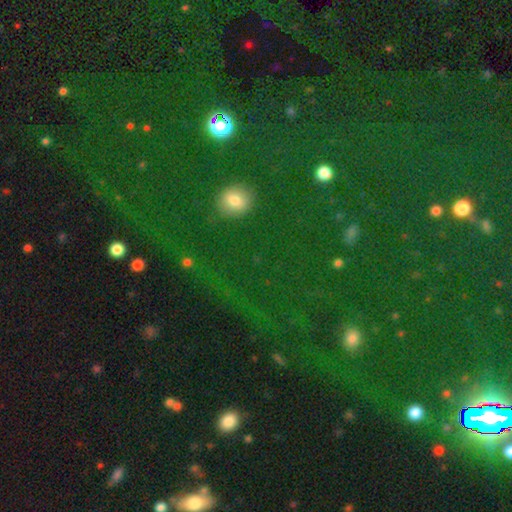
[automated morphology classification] Smooth or featured? star or artifact (65%)